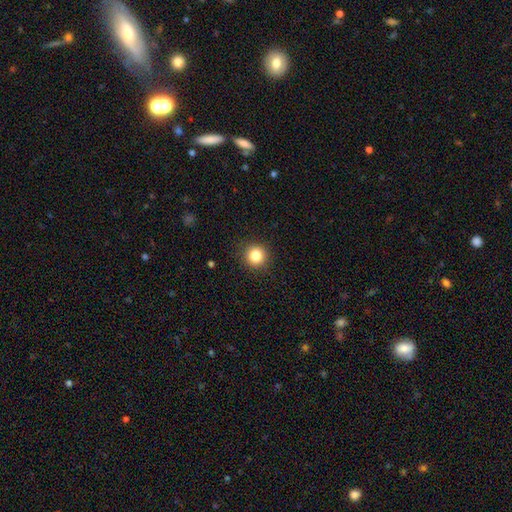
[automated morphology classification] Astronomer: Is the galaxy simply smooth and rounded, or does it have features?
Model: smooth — 83%.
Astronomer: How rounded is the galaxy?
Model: round — 94%.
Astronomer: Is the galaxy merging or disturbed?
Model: none — 92%.